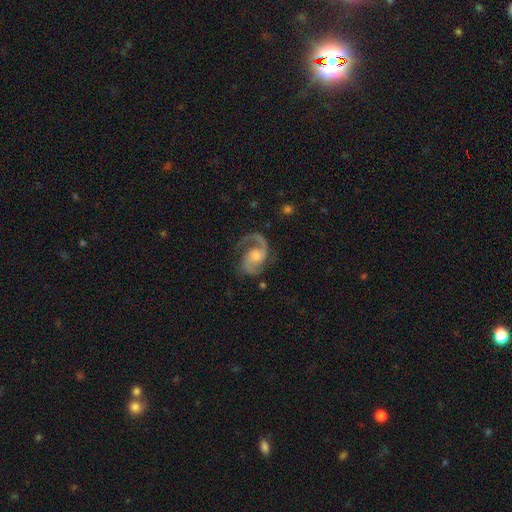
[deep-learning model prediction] Smooth or featured? featured or disk (91%)
Edge-on disk? no (98%)
Bar? no (61%)
Spiral arms? yes (98%)
Spiral winding? medium (59%)
Spiral arm count? 2 (88%)
Bulge size? moderate (53%)
Merging? none (72%)